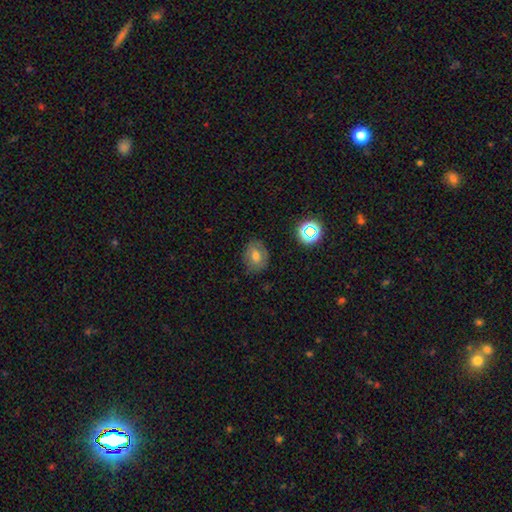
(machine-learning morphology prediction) smooth_or_featured: smooth (p=0.64) [alt: featured or disk p=0.22]
how_rounded: round (p=0.56) [alt: in between p=0.43]
merging: none (p=0.78) [alt: minor disturbance p=0.16]